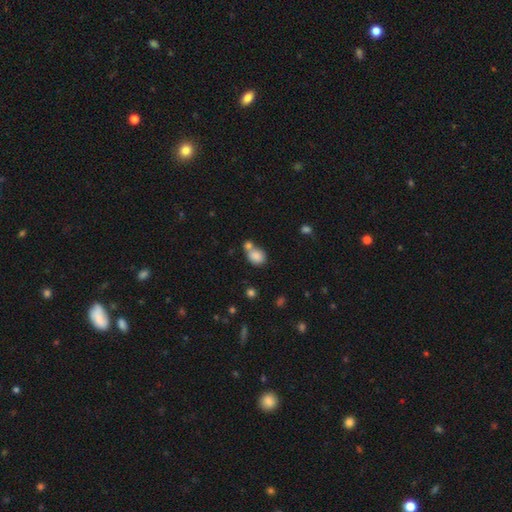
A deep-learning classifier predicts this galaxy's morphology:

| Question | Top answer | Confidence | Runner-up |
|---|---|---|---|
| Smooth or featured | smooth | 83% | star or artifact (10%) |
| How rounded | round | 57% | in between (42%) |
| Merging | merger | 43% | none (42%) |